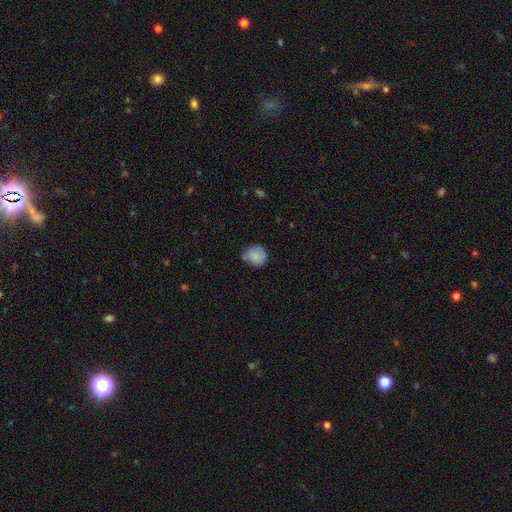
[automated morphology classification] type=smooth (82%); roundness=round (78%); merging=none (58%).